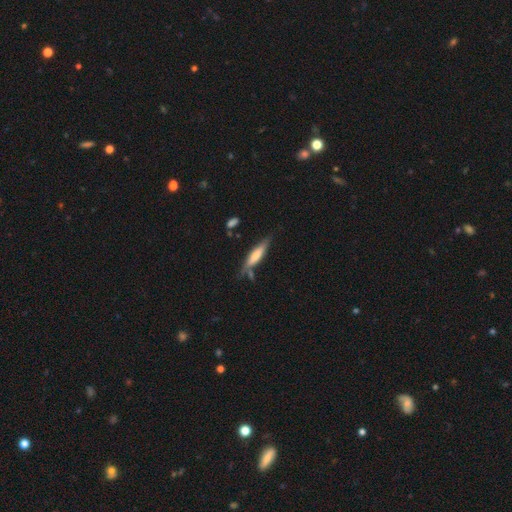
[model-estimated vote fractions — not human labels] smooth_or_featured: smooth (p=0.55) [alt: featured or disk p=0.39]
how_rounded: cigar-shaped (p=0.81) [alt: in between p=0.17]
merging: none (p=0.67) [alt: minor disturbance p=0.20]